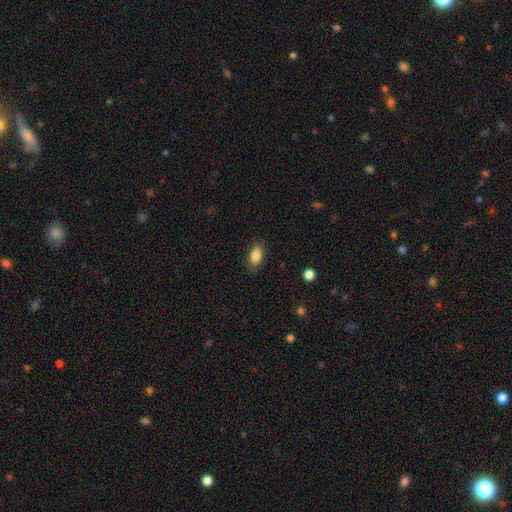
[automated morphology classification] Overall: smooth (85%). How rounded: in between (89%). Merging: none (84%).